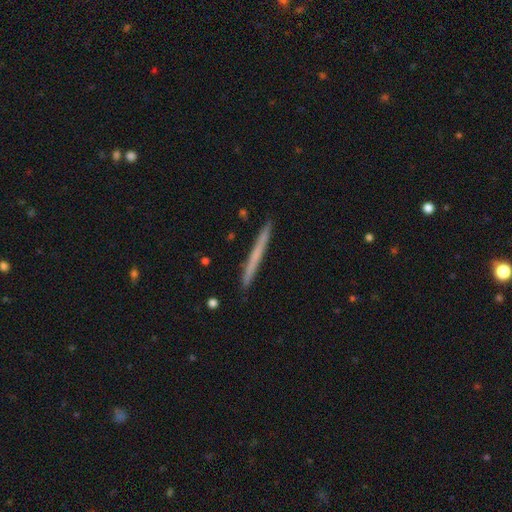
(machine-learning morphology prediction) smooth 52%, featured or disk 42%, star or artifact 6%. Down the decision tree: how rounded — cigar-shaped (97%); merging — none (92%).